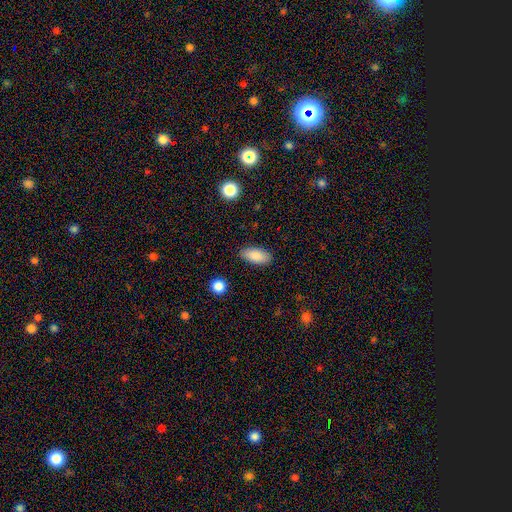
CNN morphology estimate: A smooth galaxy with no disk features (88%) that is in between round and cigar-shaped (90%).

Vote fractions:
- Smooth or featured? smooth: 88% / star or artifact: 7% / featured or disk: 5%
- How rounded? in between: 90% / cigar-shaped: 7% / round: 2%
- Merging? none: 87% / minor disturbance: 10% / major disturbance: 2% / merger: 1%